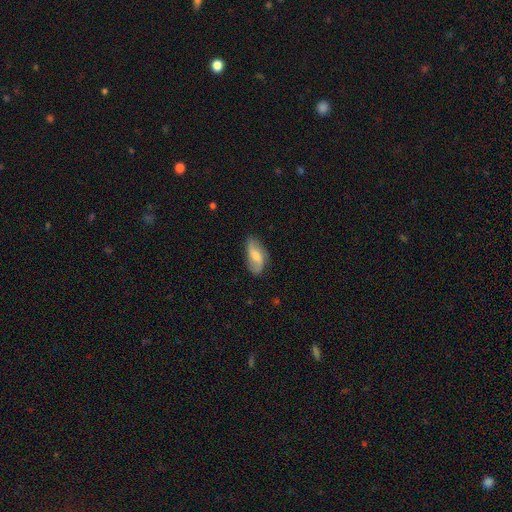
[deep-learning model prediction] Q: Smooth or featured?
A: featured or disk (54%); runner-up: smooth (39%)
Q: Edge-on disk?
A: no (93%); runner-up: yes (7%)
Q: Merging?
A: none (69%); runner-up: minor disturbance (22%)